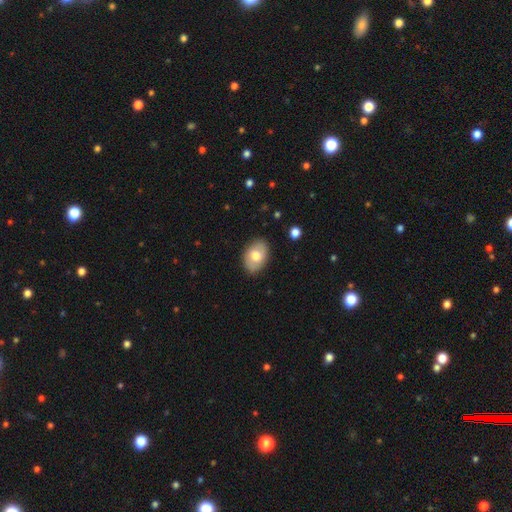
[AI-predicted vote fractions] Overall: smooth (66%; featured or disk 27%). How rounded: in between (83%). Merging: none (84%).